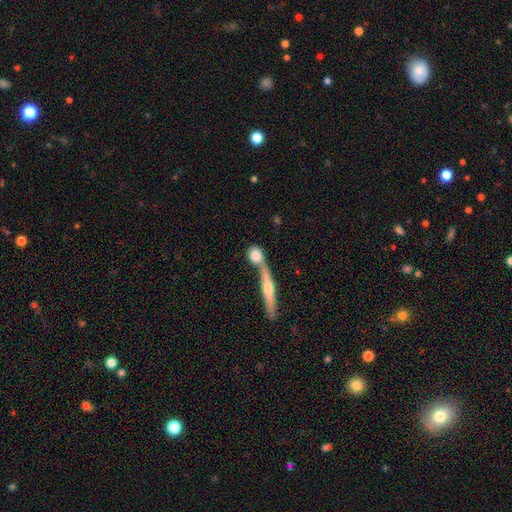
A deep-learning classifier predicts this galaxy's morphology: smooth_or_featured: smooth (p=0.72) [alt: featured or disk p=0.21]
how_rounded: round (p=0.59) [alt: in between p=0.27]
merging: none (p=0.45) [alt: merger p=0.42]